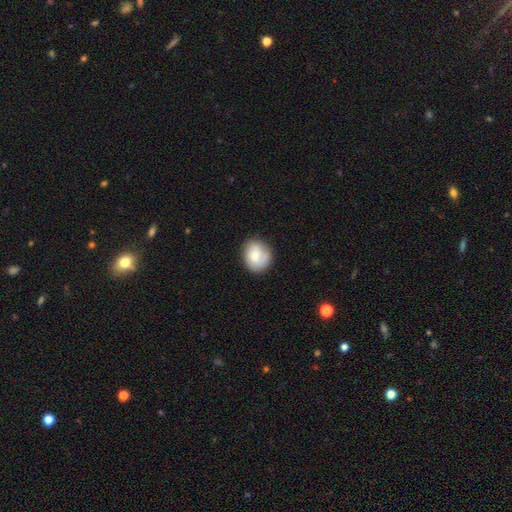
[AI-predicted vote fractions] smooth-or-featured: smooth: 62% | featured or disk: 31% | star or artifact: 7%
  how-rounded: round: 65% | in between: 34% | cigar-shaped: 1%
  merging: none: 76% | minor disturbance: 18% | major disturbance: 5% | merger: 2%